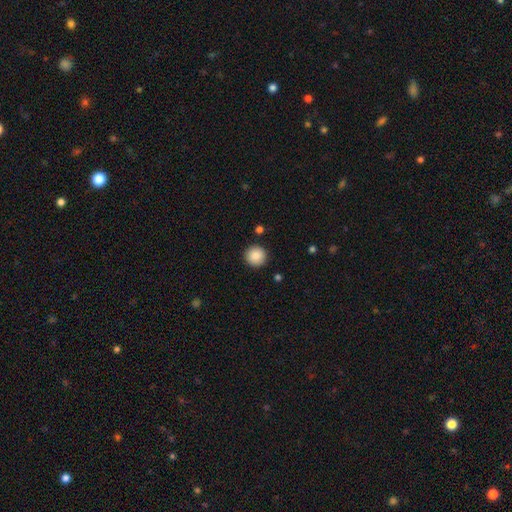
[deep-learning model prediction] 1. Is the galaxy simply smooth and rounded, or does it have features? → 89% smooth, 8% star or artifact, 3% featured or disk.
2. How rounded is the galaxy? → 95% round, 4% in between, 1% cigar-shaped.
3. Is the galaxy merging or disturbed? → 91% none, 5% minor disturbance, 2% major disturbance, 1% merger.